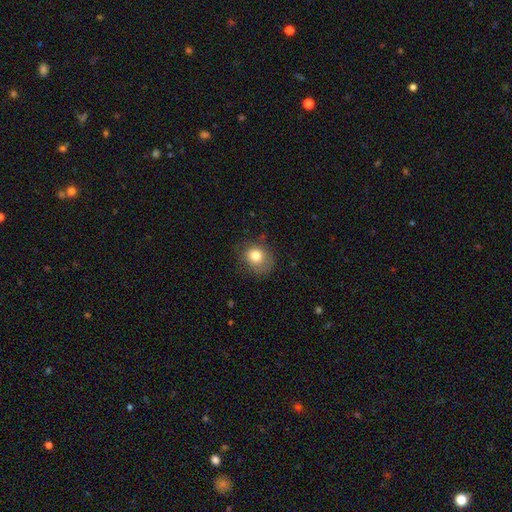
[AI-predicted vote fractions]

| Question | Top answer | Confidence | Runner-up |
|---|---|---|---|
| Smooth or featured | smooth | 78% | featured or disk (12%) |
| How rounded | round | 67% | in between (32%) |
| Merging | none | 69% | minor disturbance (21%) |